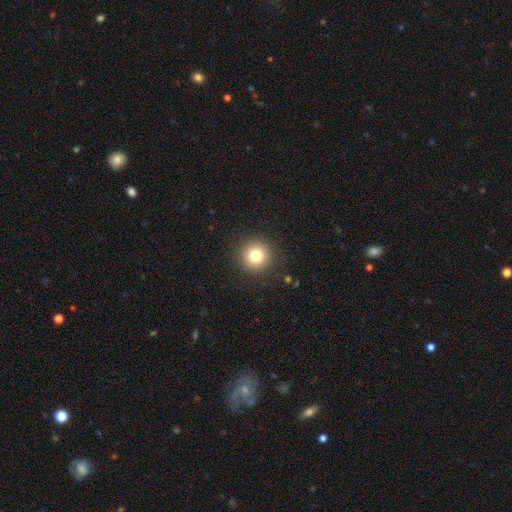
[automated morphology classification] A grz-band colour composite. It shows a smooth galaxy with no disk features (80%) that is round (95%). Merging: none (91%).